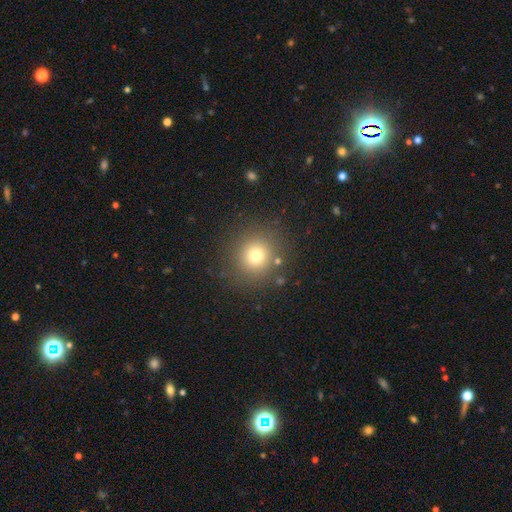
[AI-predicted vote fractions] Morphology: type=smooth (74%); roundness=round (91%); merging=none (85%).